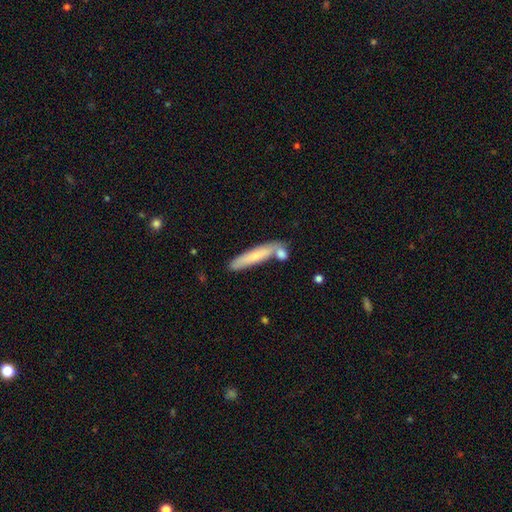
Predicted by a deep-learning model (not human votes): A smooth galaxy with no disk features (66%) that is cigar-shaped (87%).

Vote fractions:
- Smooth or featured? smooth: 66% / featured or disk: 28% / star or artifact: 6%
- How rounded? cigar-shaped: 87% / in between: 11% / round: 2%
- Merging? none: 64% / merger: 19% / minor disturbance: 14% / major disturbance: 3%